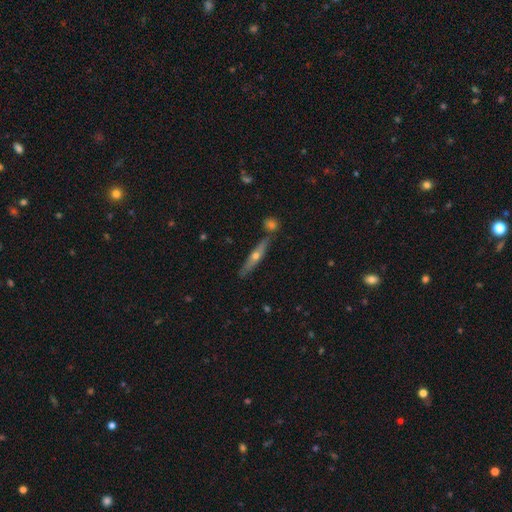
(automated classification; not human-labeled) Smooth or featured: featured or disk — 64% (smooth — 29%)
Edge-on disk: yes — 93% (no — 7%)
Edge-on bulge: rounded — 86% (none — 11%)
Merging: none — 80% (minor disturbance — 10%)